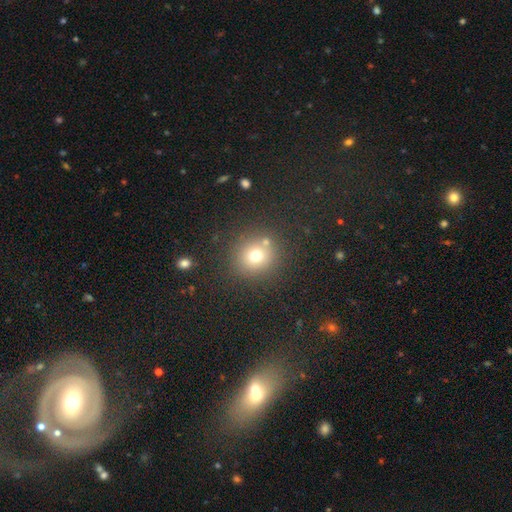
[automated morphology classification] This appears to be a smooth galaxy with no disk features (71%) that is round (87%). Merging: none (78%).